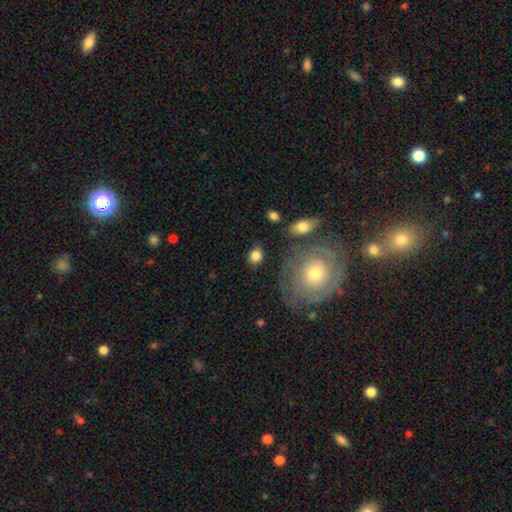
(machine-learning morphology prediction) The model was most divided on "how rounded": in between: 65%, round: 33%, cigar-shaped: 2%. More confident: smooth or featured — smooth (82%); merging — none (81%).